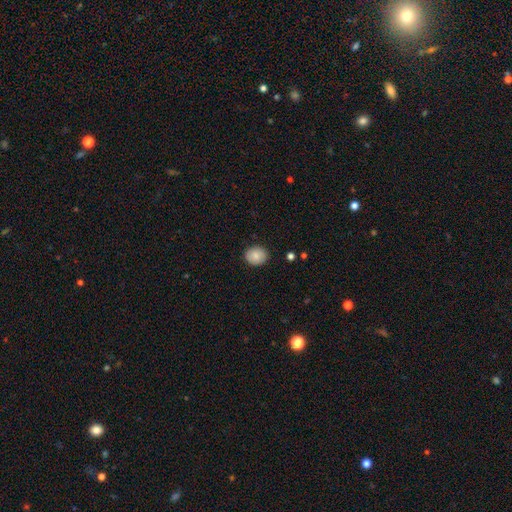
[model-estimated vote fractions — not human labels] Smooth or featured? Predicted: smooth (p=0.85). How rounded? Predicted: round (p=0.69). Merging? Predicted: none (p=0.88).